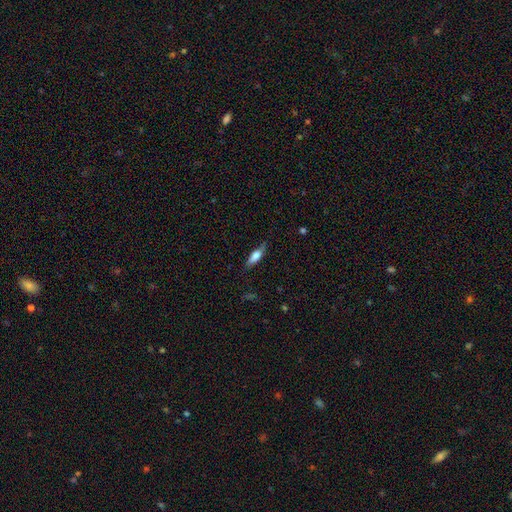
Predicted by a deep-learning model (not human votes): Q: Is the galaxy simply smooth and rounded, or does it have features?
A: smooth — 68%.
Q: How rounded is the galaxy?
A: in between — 49%.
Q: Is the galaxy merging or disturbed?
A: none — 76%.